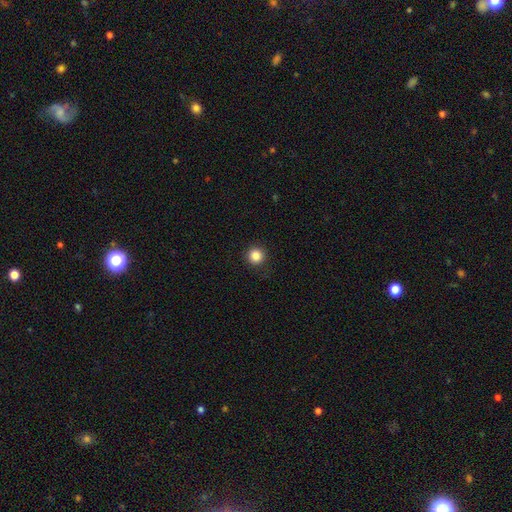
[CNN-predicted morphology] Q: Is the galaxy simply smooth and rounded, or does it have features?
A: smooth — 85%.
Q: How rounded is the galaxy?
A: round — 95%.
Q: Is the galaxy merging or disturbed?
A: none — 91%.